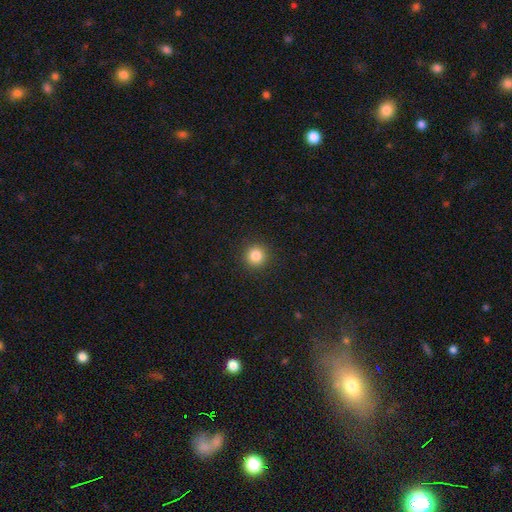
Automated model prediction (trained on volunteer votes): Q: Smooth or featured?
A: smooth (84%); runner-up: star or artifact (11%)
Q: How rounded?
A: round (95%); runner-up: in between (5%)
Q: Merging?
A: none (92%); runner-up: minor disturbance (5%)